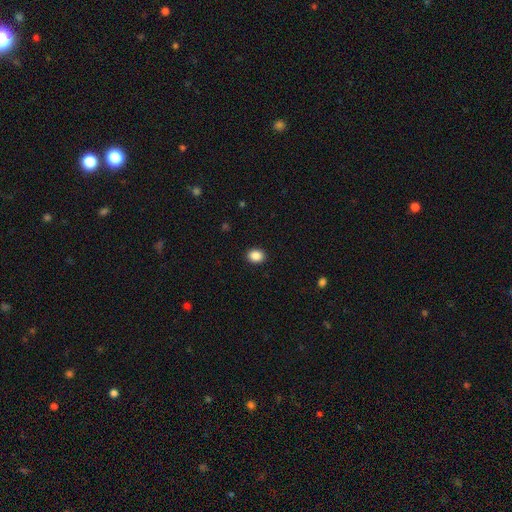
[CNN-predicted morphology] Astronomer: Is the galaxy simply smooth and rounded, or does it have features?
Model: smooth — 88%.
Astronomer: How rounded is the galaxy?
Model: round — 51% (runner-up: in between, 48%).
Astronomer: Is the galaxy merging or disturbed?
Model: none — 92%.